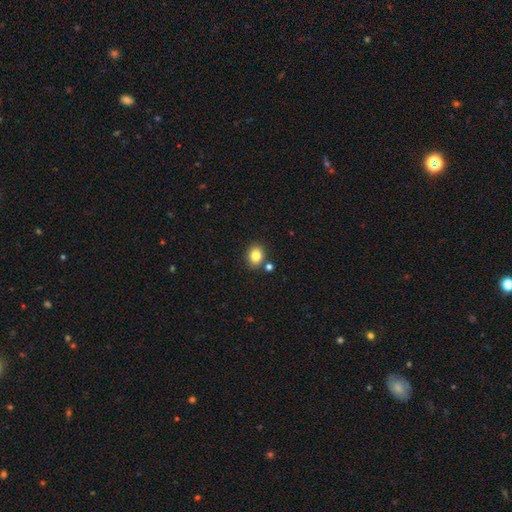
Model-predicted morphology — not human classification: smooth_or_featured: smooth (p=0.83) [alt: star or artifact p=0.10]
how_rounded: round (p=0.53) [alt: in between p=0.46]
merging: none (p=0.81) [alt: minor disturbance p=0.09]